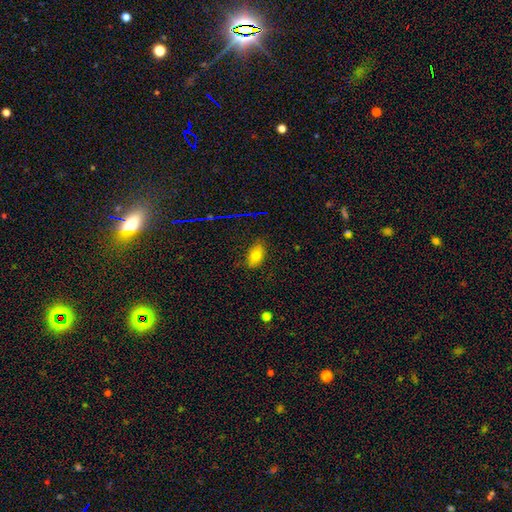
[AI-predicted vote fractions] Overall: smooth (74%). How rounded: in between (88%). Merging: none (79%).